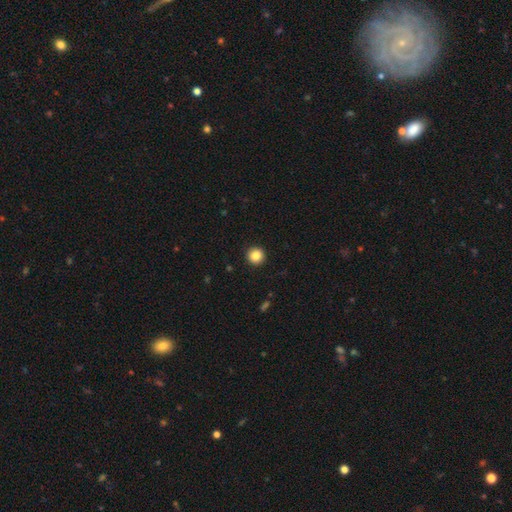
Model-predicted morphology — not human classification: Q: Smooth or featured?
A: smooth (86%); runner-up: star or artifact (10%)
Q: How rounded?
A: round (96%); runner-up: in between (4%)
Q: Merging?
A: none (93%); runner-up: minor disturbance (4%)